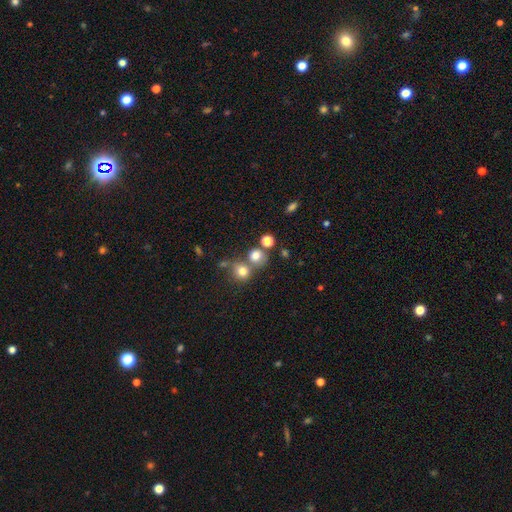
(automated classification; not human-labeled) Smooth or featured?
  - smooth: 76% *
  - star or artifact: 15%
  - featured or disk: 9%
How rounded?
  - round: 84% *
  - in between: 15%
  - cigar-shaped: 1%
Merging?
  - none: 51% *
  - merger: 35%
  - minor disturbance: 9%
  - major disturbance: 5%